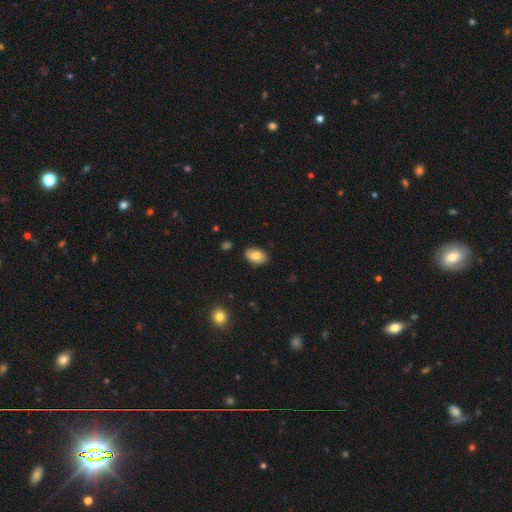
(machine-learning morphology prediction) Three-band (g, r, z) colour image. It shows a smooth galaxy with no disk features (82%) that is in between round and cigar-shaped (90%). Merging: none (86%).